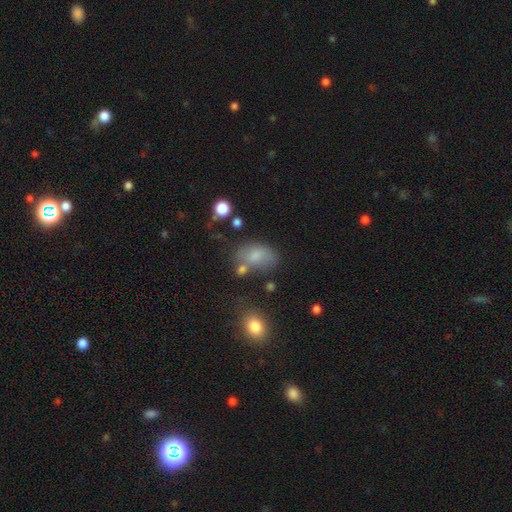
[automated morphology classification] smooth-or-featured: smooth: 73% | featured or disk: 14% | star or artifact: 12%
  how-rounded: in between: 84% | round: 14% | cigar-shaped: 2%
  merging: none: 46% | minor disturbance: 26% | merger: 14% | major disturbance: 14%